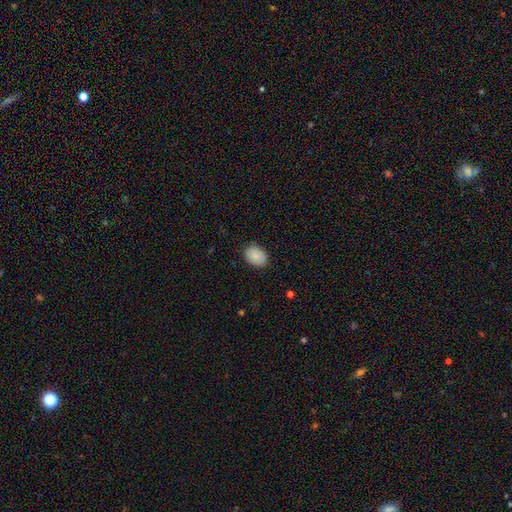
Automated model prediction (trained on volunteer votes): Smooth or featured? smooth (86%)
How rounded? in between (73%)
Merging? none (86%)